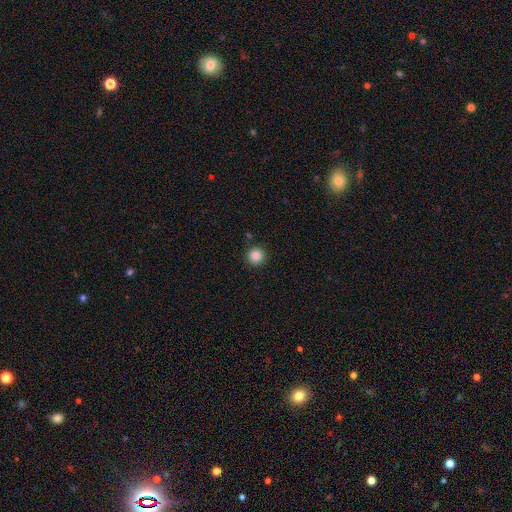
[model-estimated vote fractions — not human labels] Q: Smooth or featured?
A: smooth (86%); runner-up: star or artifact (11%)
Q: How rounded?
A: round (96%); runner-up: in between (3%)
Q: Merging?
A: none (91%); runner-up: minor disturbance (5%)